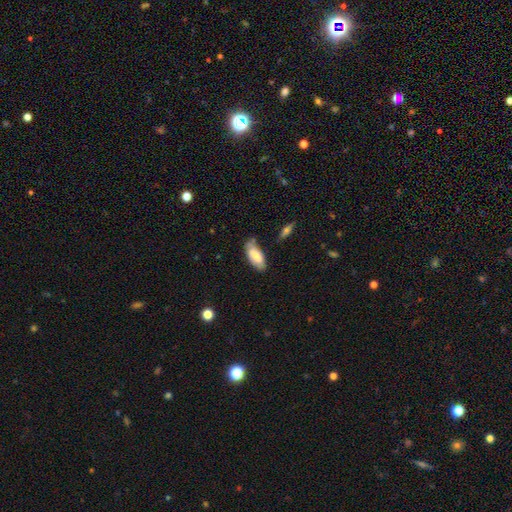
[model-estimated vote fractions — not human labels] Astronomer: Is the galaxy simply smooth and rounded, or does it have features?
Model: smooth — 71%.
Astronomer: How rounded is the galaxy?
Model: in between — 87%.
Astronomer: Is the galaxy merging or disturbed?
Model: none — 64%.